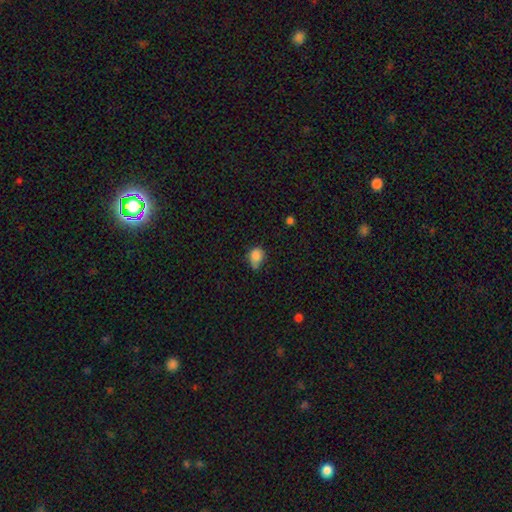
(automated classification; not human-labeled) Smooth or featured?
  - smooth: 84% *
  - star or artifact: 10%
  - featured or disk: 6%
How rounded?
  - round: 52% *
  - in between: 46%
  - cigar-shaped: 1%
Merging?
  - minor disturbance: 42% *
  - none: 41%
  - major disturbance: 10%
  - merger: 7%